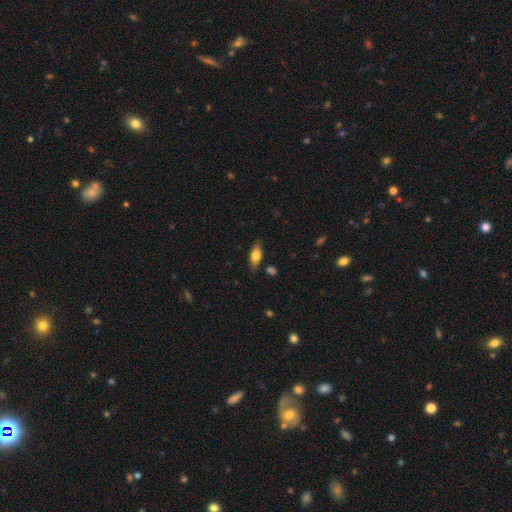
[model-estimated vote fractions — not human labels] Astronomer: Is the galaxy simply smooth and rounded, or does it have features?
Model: smooth — 68%.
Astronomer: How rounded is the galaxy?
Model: in between — 77%.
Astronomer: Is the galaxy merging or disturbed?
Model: none — 80%.